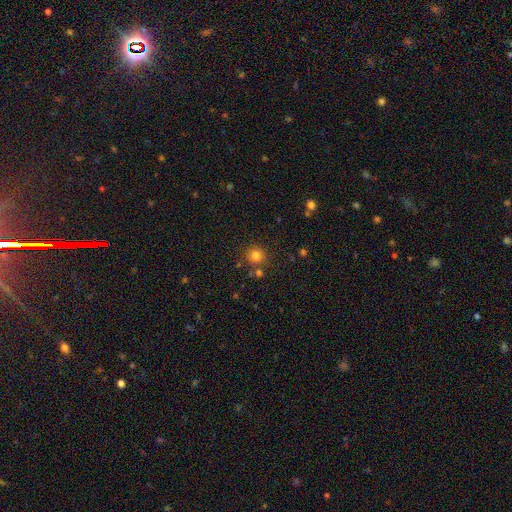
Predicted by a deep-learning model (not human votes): smooth-or-featured: smooth: 80% | star or artifact: 14% | featured or disk: 6%
  how-rounded: round: 93% | in between: 6% | cigar-shaped: 1%
  merging: none: 81% | merger: 8% | minor disturbance: 8% | major disturbance: 3%